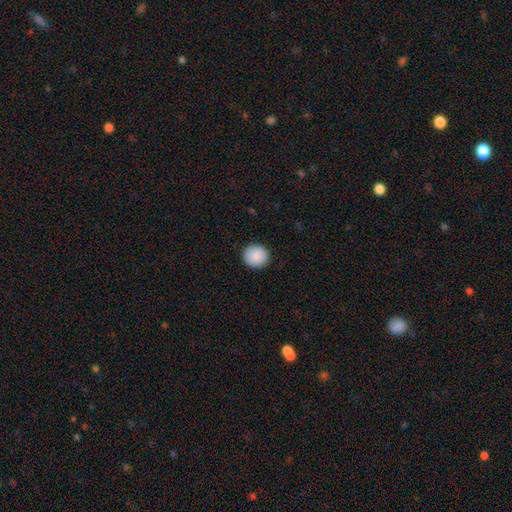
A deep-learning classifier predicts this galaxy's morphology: Q: Smooth or featured?
A: smooth (89%); runner-up: star or artifact (7%)
Q: How rounded?
A: round (88%); runner-up: in between (11%)
Q: Merging?
A: none (91%); runner-up: minor disturbance (6%)